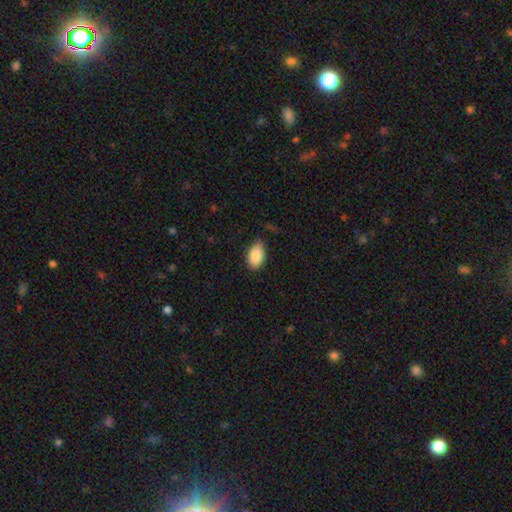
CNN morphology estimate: smooth-or-featured: smooth: 87% | star or artifact: 7% | featured or disk: 6%
  how-rounded: in between: 93% | round: 6% | cigar-shaped: 1%
  merging: none: 80% | minor disturbance: 16% | major disturbance: 3% | merger: 1%